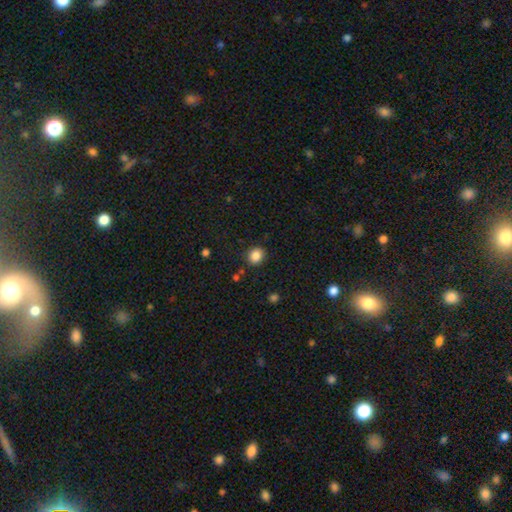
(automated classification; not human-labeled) smooth-or-featured: smooth: 86% | star or artifact: 10% | featured or disk: 4%
  how-rounded: round: 82% | in between: 17% | cigar-shaped: 1%
  merging: none: 86% | minor disturbance: 9% | major disturbance: 3% | merger: 2%